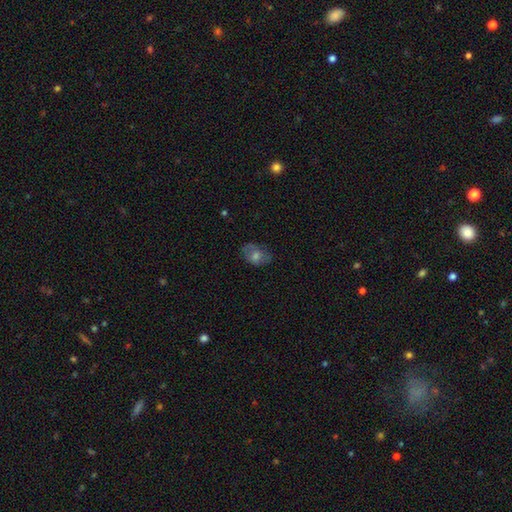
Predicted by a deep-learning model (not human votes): This appears to be a smooth galaxy with no disk features (49%). Merging: none (72%).